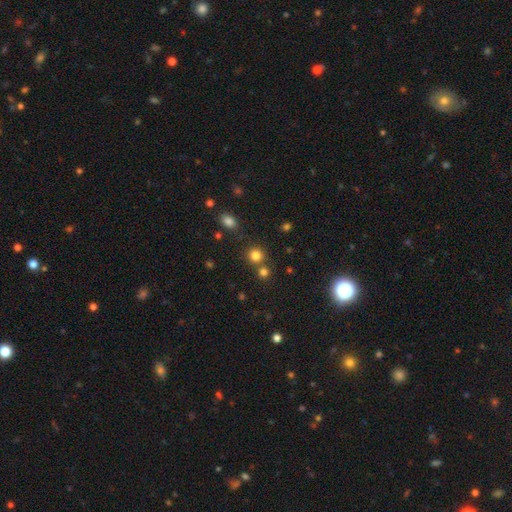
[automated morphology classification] This is clearly a smooth galaxy (80%). How rounded: clearly round (90%). Merging: likely none (74%).